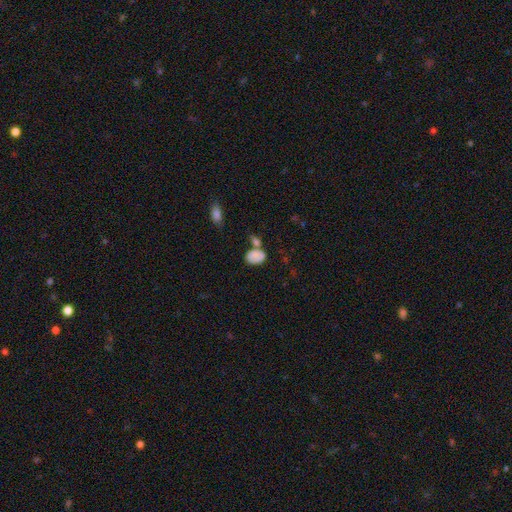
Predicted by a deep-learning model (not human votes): Q: Smooth or featured?
A: smooth (78%); runner-up: featured or disk (13%)
Q: How rounded?
A: in between (83%); runner-up: round (16%)
Q: Merging?
A: none (42%); runner-up: merger (29%)